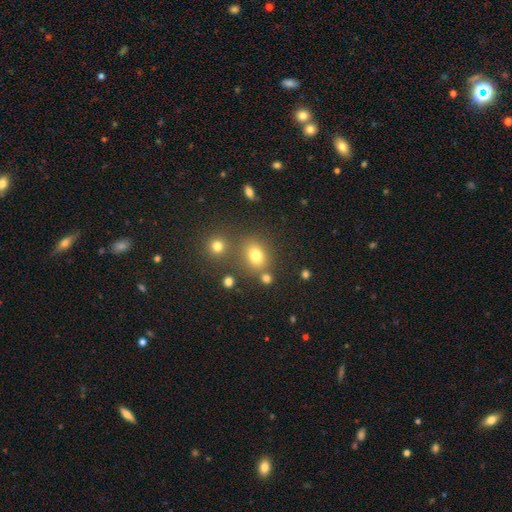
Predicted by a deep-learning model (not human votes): Overall: smooth (74%). How rounded: round (55%; in between 44%). Merging: none (67%).